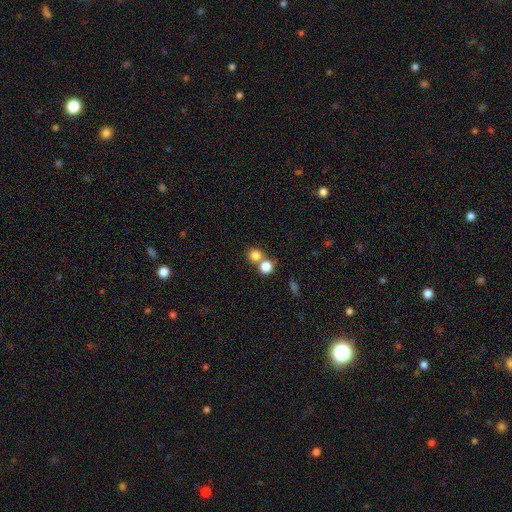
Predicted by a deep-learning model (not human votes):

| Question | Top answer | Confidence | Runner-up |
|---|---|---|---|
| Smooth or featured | smooth | 80% | star or artifact (12%) |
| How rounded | round | 85% | in between (14%) |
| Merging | none | 51% | merger (39%) |